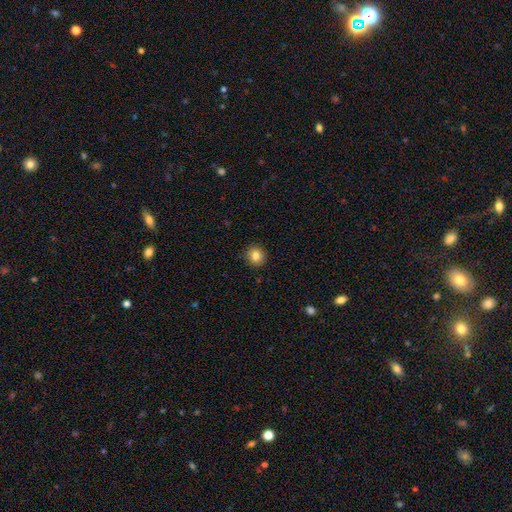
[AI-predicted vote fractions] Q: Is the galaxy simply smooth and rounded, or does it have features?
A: smooth — 84%.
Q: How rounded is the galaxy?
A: round — 90%.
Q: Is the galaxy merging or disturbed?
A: none — 90%.